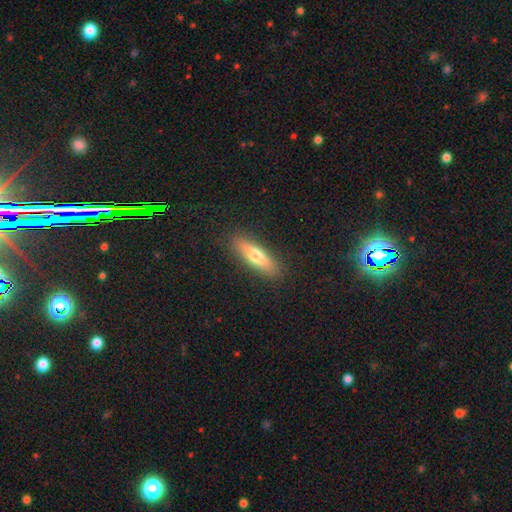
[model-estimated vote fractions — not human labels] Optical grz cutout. It shows a smooth galaxy with no disk features (62%) that is cigar-shaped (66%). Merging: none (89%).